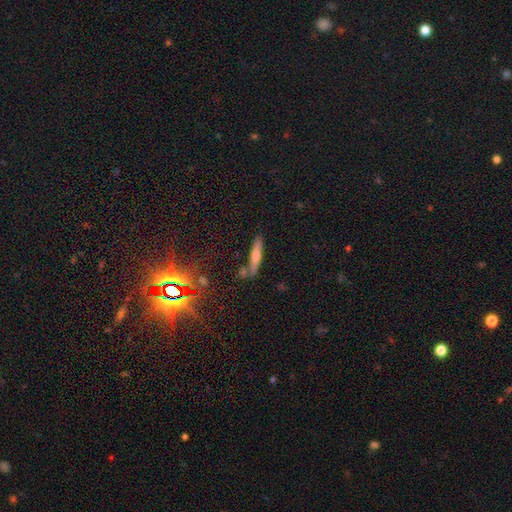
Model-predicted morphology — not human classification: Smooth or featured? smooth (47%)
Merging? none (78%)